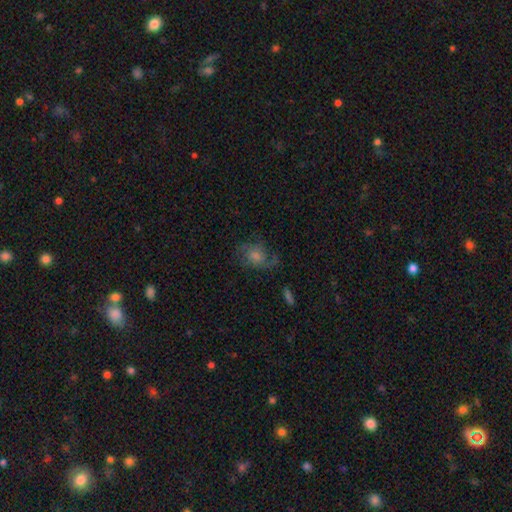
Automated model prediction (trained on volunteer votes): A featured or disk galaxy (58%) with no bar (73%), spiral arms (88%) and a moderate central bulge (45%).

Vote fractions:
- Smooth or featured? featured or disk: 58% / smooth: 25% / star or artifact: 16%
- Edge-on disk? no: 96% / yes: 4%
- Bar? no: 73% / weak: 24% / strong: 4%
- Spiral arms? yes: 88% / no: 12%
- Bulge size? moderate: 45% / small: 30% / large: 15% / none: 8% / dominant: 3%
- Merging? none: 67% / minor disturbance: 18% / major disturbance: 13% / merger: 2%